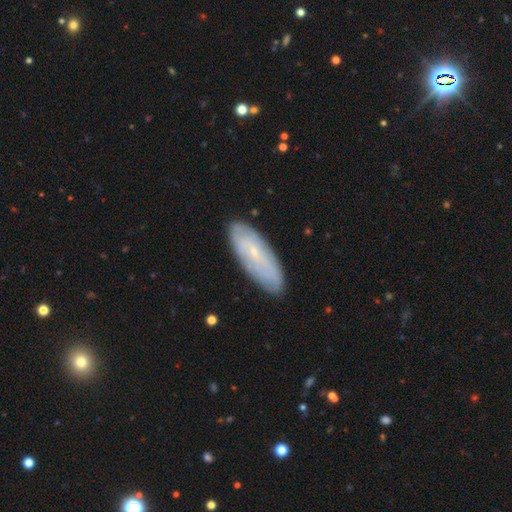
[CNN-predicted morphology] type=featured or disk (49%); merging=none (85%).